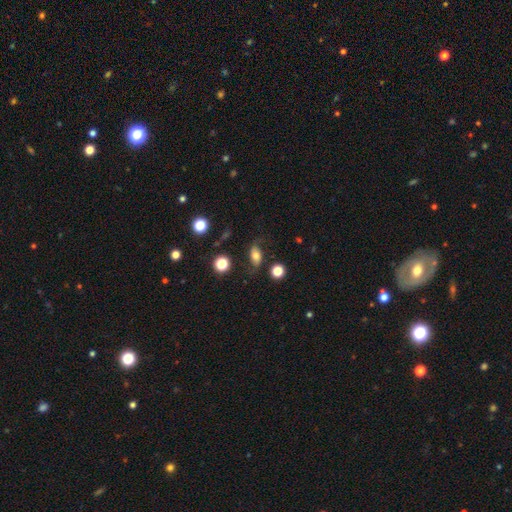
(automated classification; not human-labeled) Q: Smooth or featured?
A: smooth (55%); runner-up: featured or disk (33%)
Q: How rounded?
A: in between (79%); runner-up: round (17%)
Q: Merging?
A: none (68%); runner-up: minor disturbance (19%)